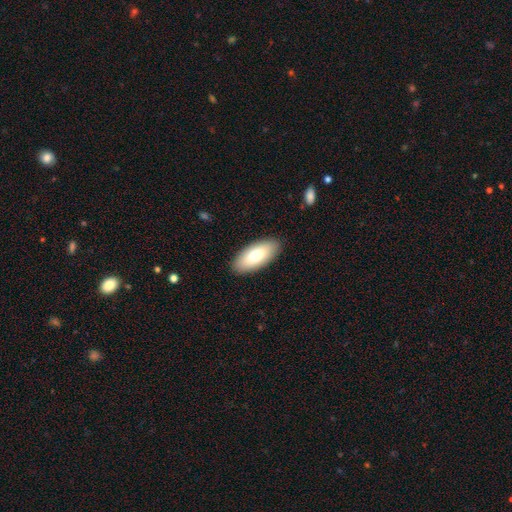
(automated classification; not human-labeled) Q: Smooth or featured?
A: smooth (79%); runner-up: featured or disk (16%)
Q: How rounded?
A: in between (88%); runner-up: cigar-shaped (11%)
Q: Merging?
A: none (90%); runner-up: minor disturbance (8%)